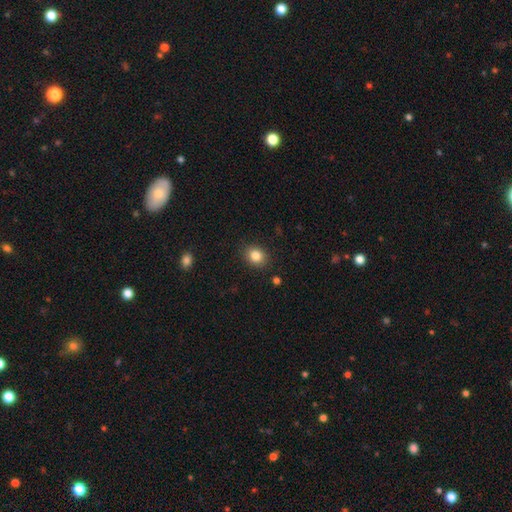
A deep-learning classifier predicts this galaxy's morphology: smooth_or_featured: smooth (p=0.84) [alt: star or artifact p=0.10]
how_rounded: round (p=0.55) [alt: in between p=0.44]
merging: none (p=0.87) [alt: minor disturbance p=0.09]